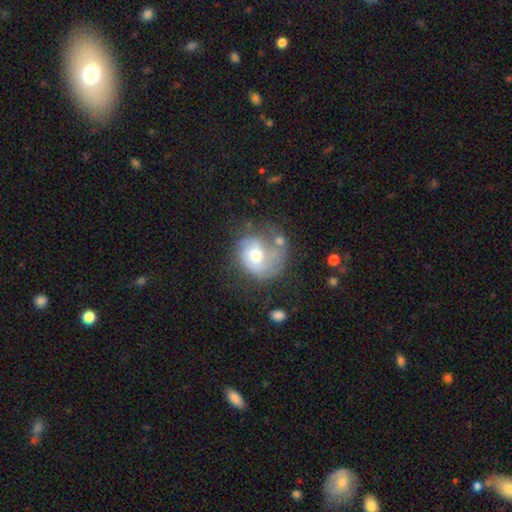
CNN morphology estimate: Overall: featured or disk (63%; smooth 30%). Edge-on disk: no (98%). Bar: no (69%). Spiral arms: yes (78%). Bulge size: moderate (71%). Merging: none (39%; major disturbance 25%).